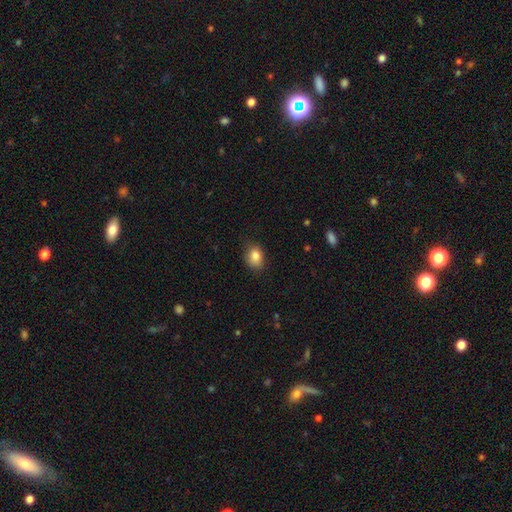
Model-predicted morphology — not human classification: smooth-or-featured: smooth: 84% | star or artifact: 9% | featured or disk: 7%
  how-rounded: in between: 61% | round: 38% | cigar-shaped: 1%
  merging: none: 77% | minor disturbance: 18% | major disturbance: 4% | merger: 1%